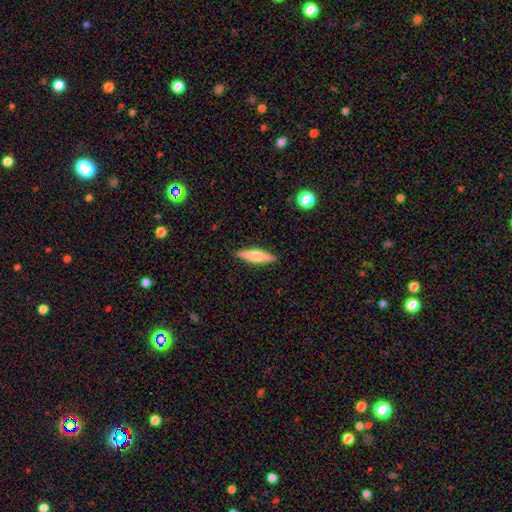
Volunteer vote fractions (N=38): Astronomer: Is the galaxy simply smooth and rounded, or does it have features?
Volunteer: smooth — 53% (runner-up: featured or disk, 42%).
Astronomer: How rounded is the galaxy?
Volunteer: in between — 50%, tied with cigar-shaped at 50%.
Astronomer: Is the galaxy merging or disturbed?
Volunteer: none — 89%.